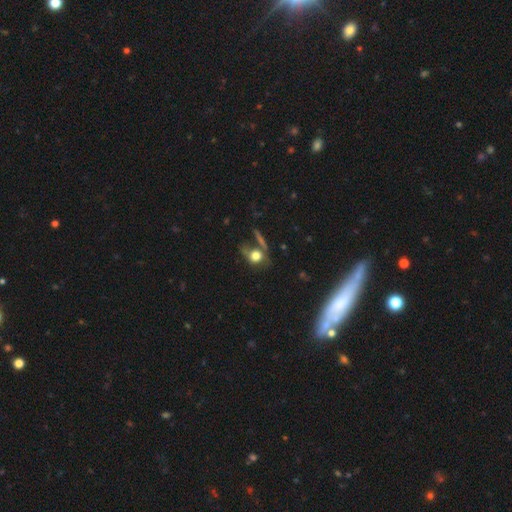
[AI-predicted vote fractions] Morphology: type=smooth (65%); roundness=round (66%); merging=none (44%).